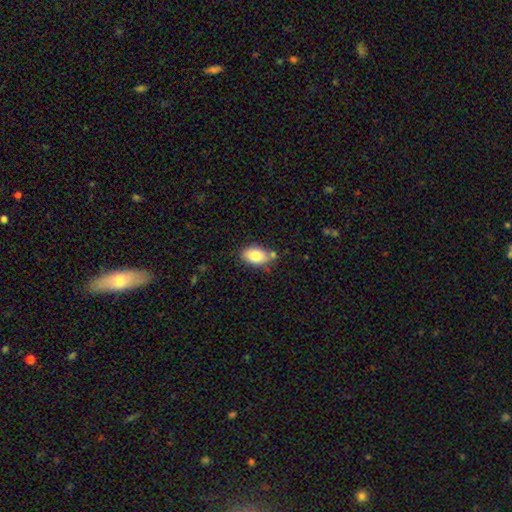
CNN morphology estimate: Q: Smooth or featured?
A: smooth (81%); runner-up: featured or disk (11%)
Q: How rounded?
A: in between (89%); runner-up: round (9%)
Q: Merging?
A: none (69%); runner-up: minor disturbance (17%)